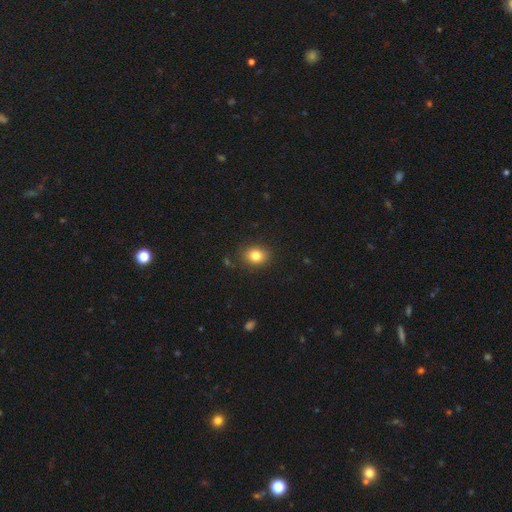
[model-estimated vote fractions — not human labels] Smooth or featured? Predicted: smooth (p=0.82). How rounded? Predicted: round (p=0.55). Merging? Predicted: none (p=0.86).